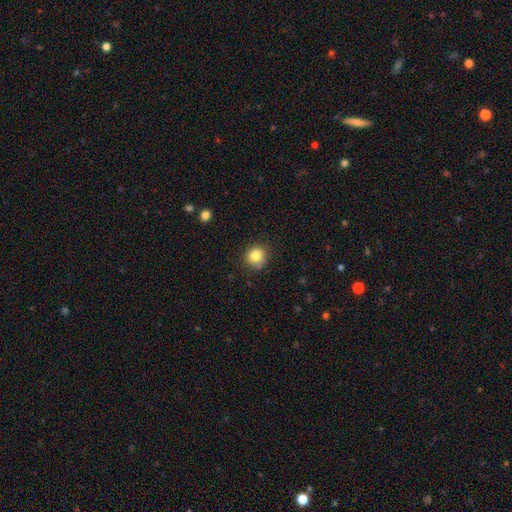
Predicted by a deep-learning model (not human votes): Smooth or featured?
  - smooth: 83% *
  - star or artifact: 10%
  - featured or disk: 7%
How rounded?
  - round: 89% *
  - in between: 10%
  - cigar-shaped: 1%
Merging?
  - none: 84% *
  - minor disturbance: 12%
  - major disturbance: 3%
  - merger: 1%